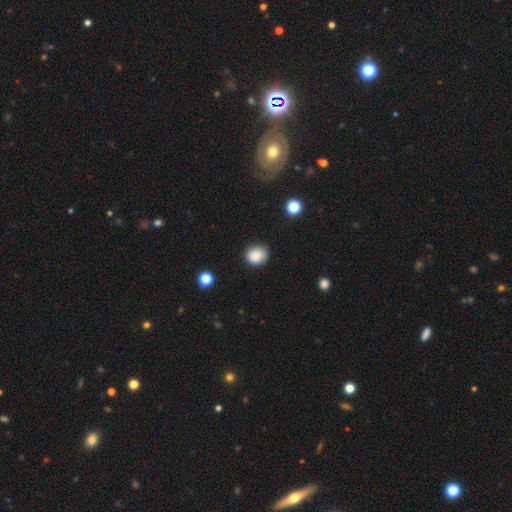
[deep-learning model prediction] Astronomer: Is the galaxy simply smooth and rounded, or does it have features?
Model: smooth — 85%.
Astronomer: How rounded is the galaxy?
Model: round — 68%.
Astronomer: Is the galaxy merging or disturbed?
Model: none — 79%.